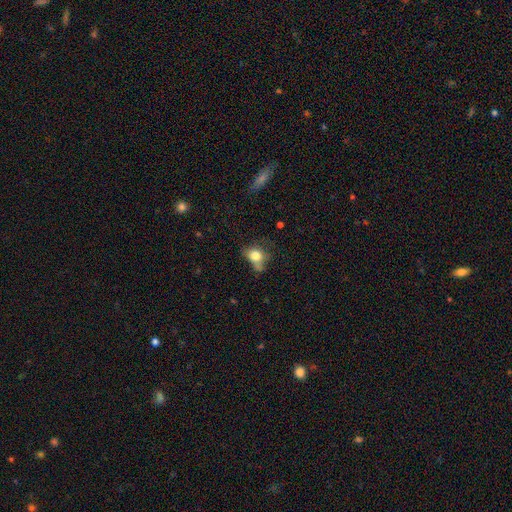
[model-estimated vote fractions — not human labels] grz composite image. It shows a smooth galaxy with no disk features (74%) that is in between round and cigar-shaped (52%). Merging: none (38%).